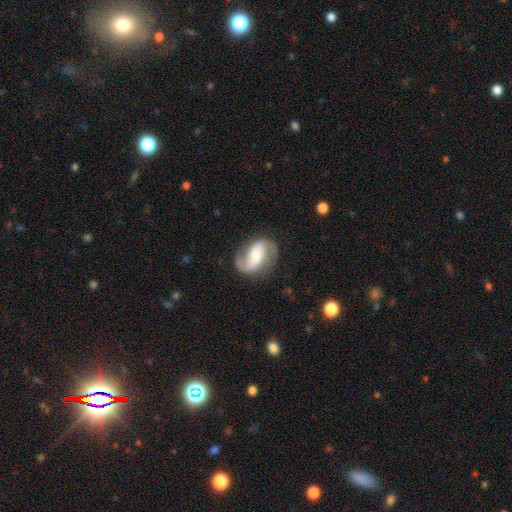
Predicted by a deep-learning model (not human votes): smooth-or-featured: featured or disk: 81% | smooth: 14% | star or artifact: 5%
  disk-edge-on: no: 97% | yes: 3%
    bar: weak: 39% | no: 35% | strong: 26%
    has-spiral-arms: yes: 94% | no: 6%
      spiral-winding: medium: 43% | loose: 42% | tight: 15%
      spiral-arm-count: 2: 90% | 1: 4% | can't tell: 3% | 3: 1% | 4: 1% | more than 4: 1%
    bulge-size: moderate: 58% | small: 30% | large: 8% | none: 2% | dominant: 1%
  merging: none: 78% | minor disturbance: 14% | major disturbance: 6% | merger: 1%